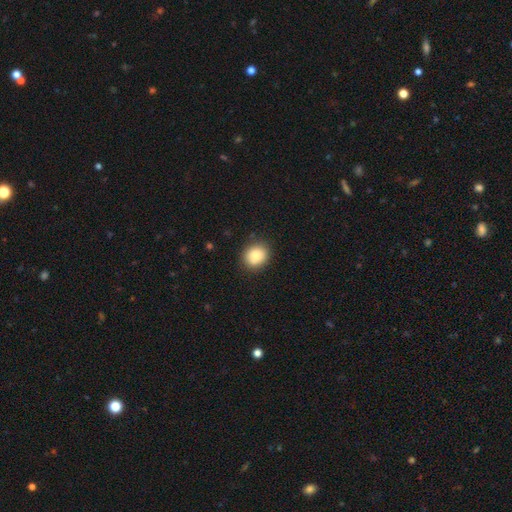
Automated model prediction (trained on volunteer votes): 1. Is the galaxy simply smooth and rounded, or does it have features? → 85% smooth, 9% star or artifact, 7% featured or disk.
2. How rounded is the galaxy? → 74% round, 25% in between, 1% cigar-shaped.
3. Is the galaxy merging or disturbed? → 87% none, 9% minor disturbance, 2% major disturbance, 1% merger.